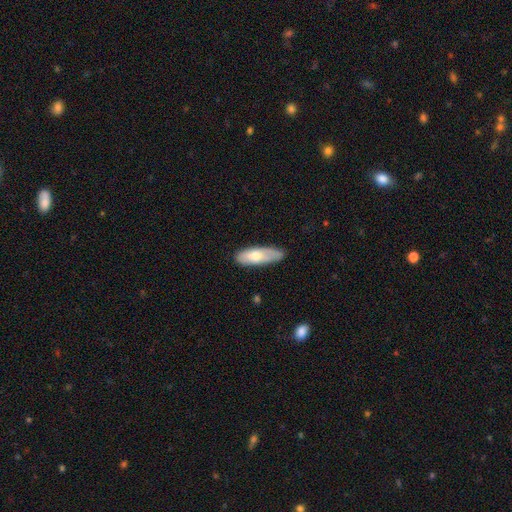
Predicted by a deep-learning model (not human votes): This is likely a smooth galaxy (63%). How rounded: likely in between (61%). Merging: likely none (69%).